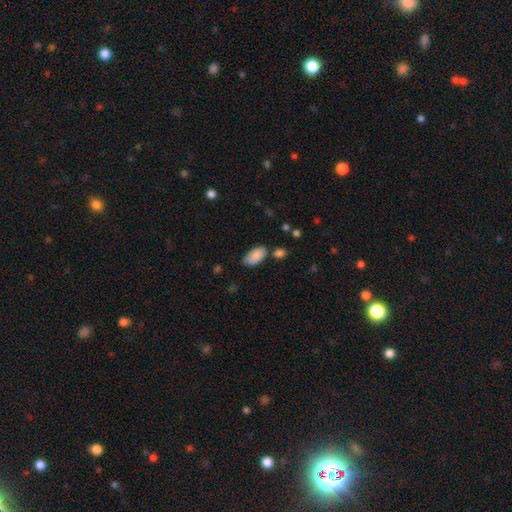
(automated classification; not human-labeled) smooth_or_featured: smooth (p=0.88) [alt: star or artifact p=0.07]
how_rounded: in between (p=0.94) [alt: cigar-shaped p=0.03]
merging: none (p=0.70) [alt: minor disturbance p=0.18]